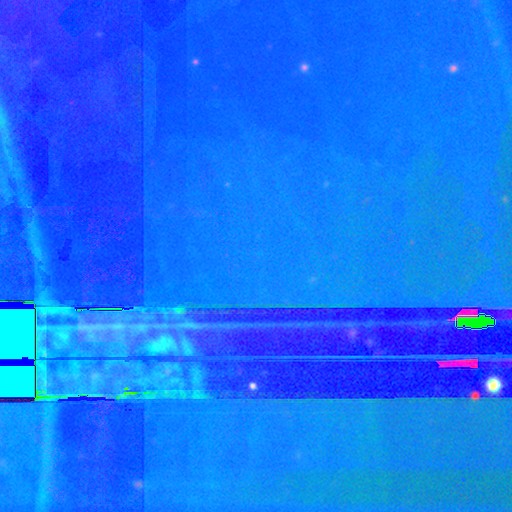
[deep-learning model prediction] smooth_or_featured: star or artifact (p=0.87) [alt: featured or disk p=0.07]